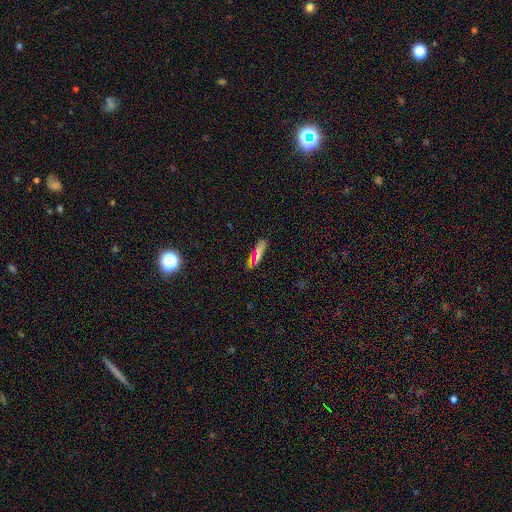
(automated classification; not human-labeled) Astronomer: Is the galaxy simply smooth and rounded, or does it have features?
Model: smooth — 67%.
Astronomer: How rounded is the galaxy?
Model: cigar-shaped — 67%.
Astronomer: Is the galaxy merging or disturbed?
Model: none — 83%.